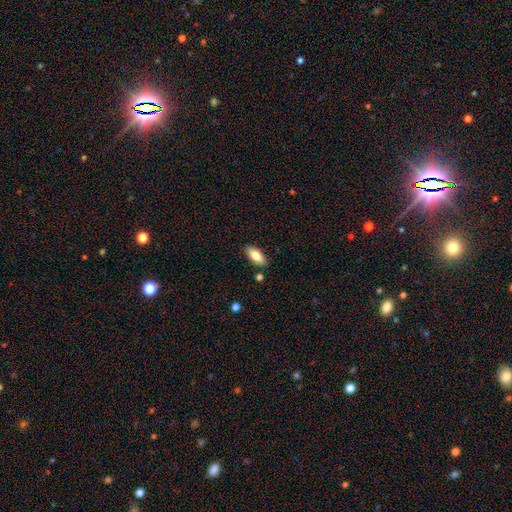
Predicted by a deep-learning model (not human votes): This is clearly a smooth galaxy (80%). How rounded: clearly in between (88%). Merging: clearly none (86%).